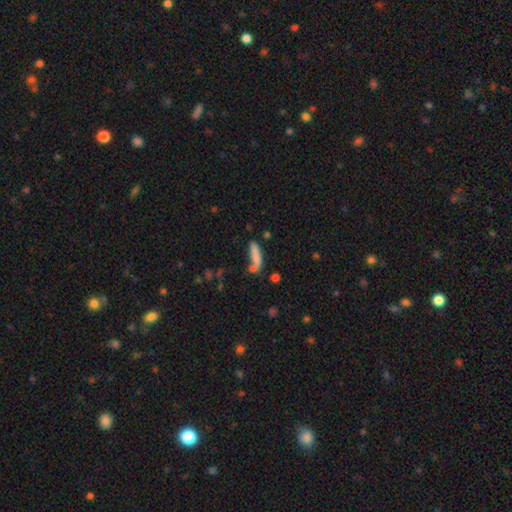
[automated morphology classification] smooth-or-featured: smooth: 79% | featured or disk: 12% | star or artifact: 9%
  how-rounded: cigar-shaped: 74% | in between: 23% | round: 2%
  merging: none: 58% | merger: 18% | minor disturbance: 17% | major disturbance: 6%